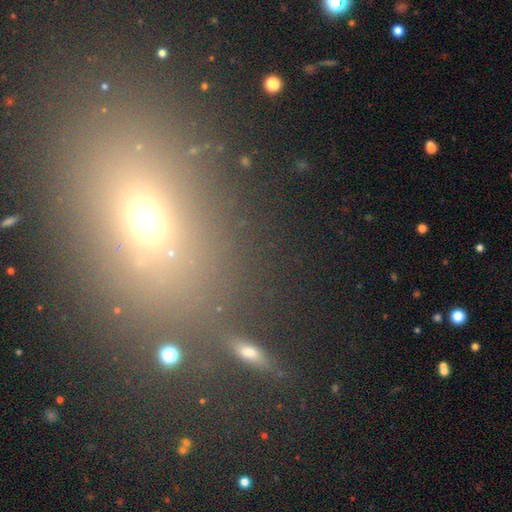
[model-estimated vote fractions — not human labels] A smooth galaxy with no disk features (46%).

Vote fractions:
- Smooth or featured? smooth: 46% / star or artifact: 40% / featured or disk: 13%
- Merging? none: 79% / minor disturbance: 9% / merger: 6% / major disturbance: 6%